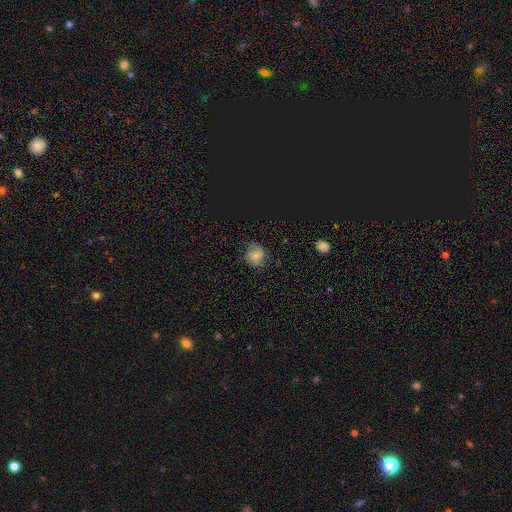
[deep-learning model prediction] Smooth or featured?
  - smooth: 63% *
  - featured or disk: 22%
  - star or artifact: 15%
How rounded?
  - round: 72% *
  - in between: 27%
  - cigar-shaped: 1%
Merging?
  - none: 68% *
  - minor disturbance: 23%
  - major disturbance: 8%
  - merger: 1%